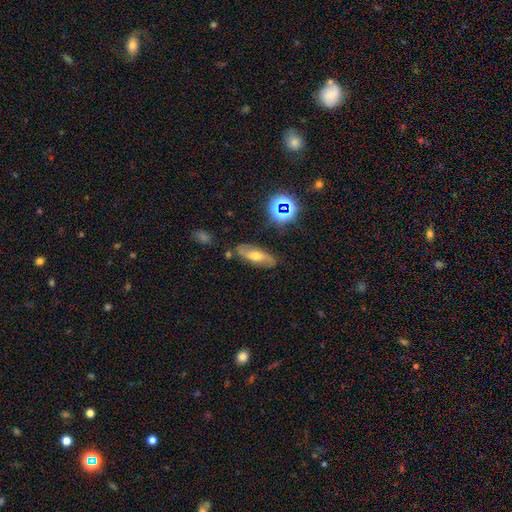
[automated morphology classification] featured or disk 52%, smooth 34%, star or artifact 14%. Down the decision tree: edge-on disk — no (79%); merging — none (79%).